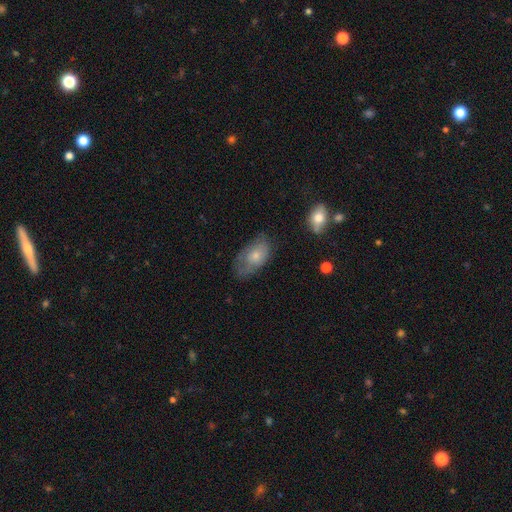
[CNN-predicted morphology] This appears to be a smooth galaxy with no disk features (65%) that is in between round and cigar-shaped (91%). Merging: none (47%).